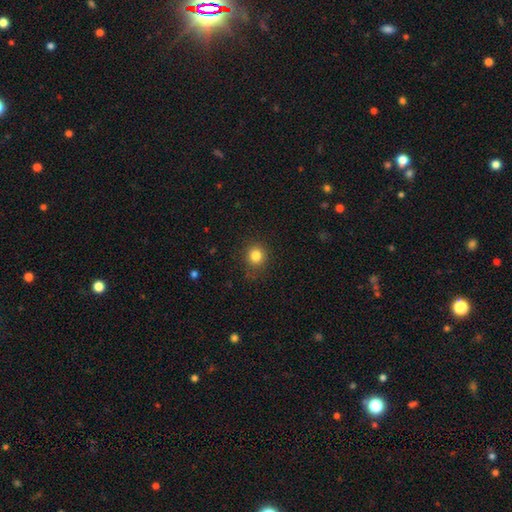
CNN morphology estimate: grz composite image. It shows a smooth galaxy with no disk features (82%) that is round (88%). Merging: none (85%).